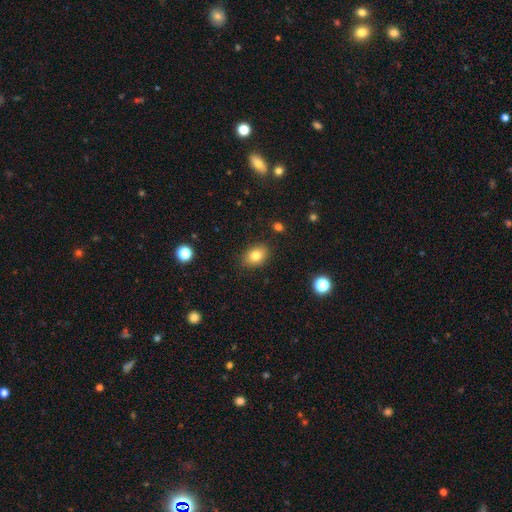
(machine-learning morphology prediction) Overall: smooth (81%). How rounded: in between (73%). Merging: none (87%).